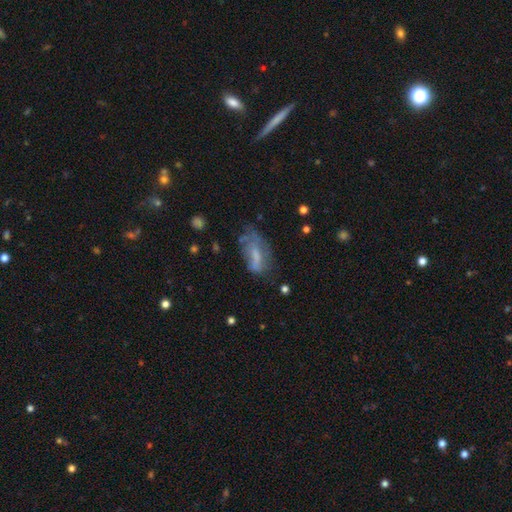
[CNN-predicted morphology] smooth-or-featured: smooth: 52% | featured or disk: 37% | star or artifact: 11%
  how-rounded: in between: 80% | cigar-shaped: 16% | round: 4%
  merging: none: 40% | minor disturbance: 30% | major disturbance: 26% | merger: 5%